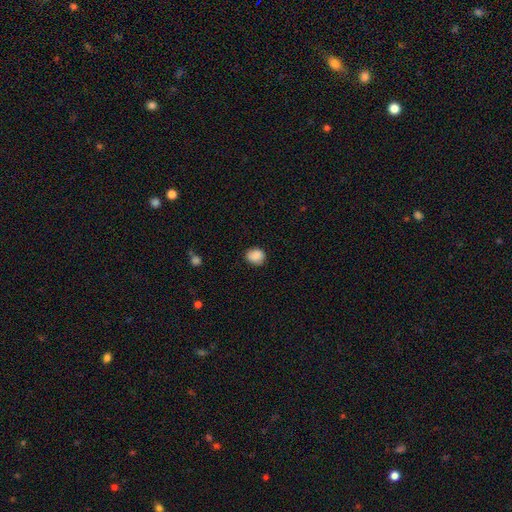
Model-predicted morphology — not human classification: Smooth or featured? Predicted: smooth (p=0.88). How rounded? Predicted: round (p=0.67). Merging? Predicted: none (p=0.84).